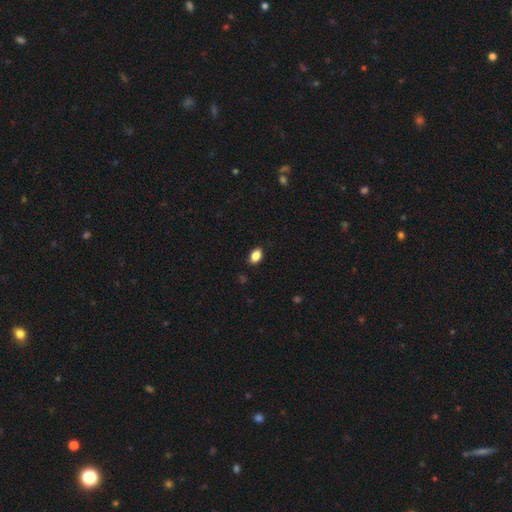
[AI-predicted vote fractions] Q: Smooth or featured?
A: smooth (87%); runner-up: star or artifact (9%)
Q: How rounded?
A: in between (85%); runner-up: round (14%)
Q: Merging?
A: none (87%); runner-up: minor disturbance (10%)